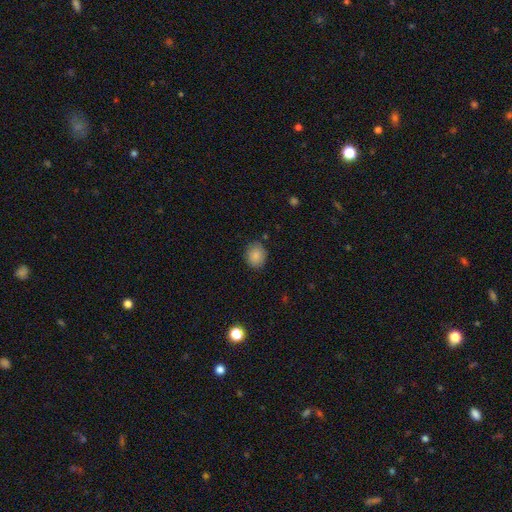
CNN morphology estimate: smooth 86%, star or artifact 8%, featured or disk 5%. Down the decision tree: how rounded — round (60%); merging — none (83%).